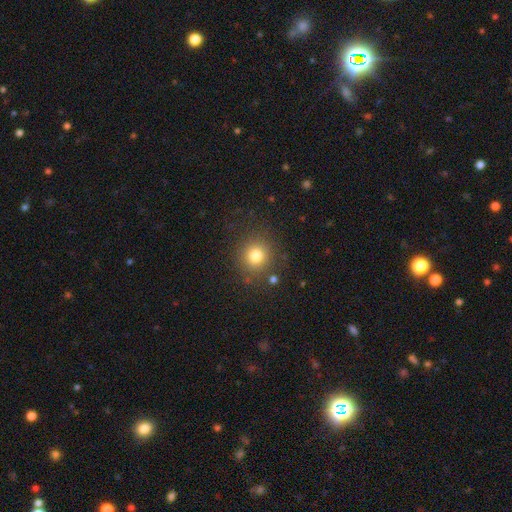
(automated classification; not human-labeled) smooth_or_featured: smooth (p=0.79) [alt: star or artifact p=0.14]
how_rounded: round (p=0.90) [alt: in between p=0.09]
merging: none (p=0.85) [alt: minor disturbance p=0.08]